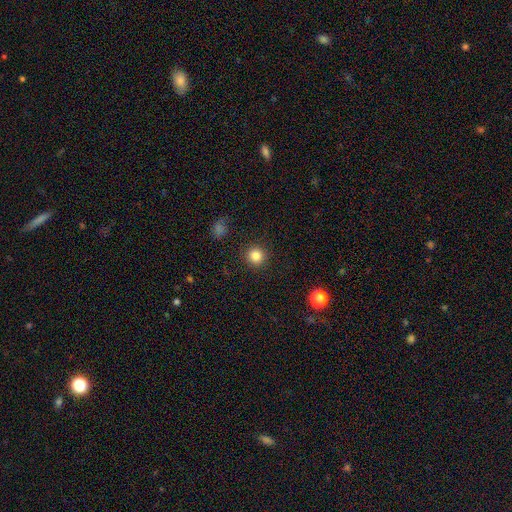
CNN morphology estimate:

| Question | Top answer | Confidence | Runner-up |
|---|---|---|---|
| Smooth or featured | smooth | 84% | star or artifact (11%) |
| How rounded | round | 94% | in between (5%) |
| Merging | none | 91% | minor disturbance (6%) |